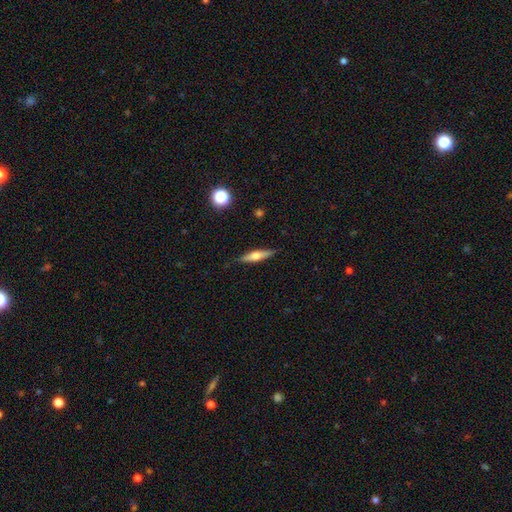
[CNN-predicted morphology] smooth_or_featured: featured or disk (p=0.50) [alt: smooth p=0.43]
disk_edge_on: yes (p=0.94) [alt: no p=0.06]
merging: none (p=0.88) [alt: minor disturbance p=0.09]